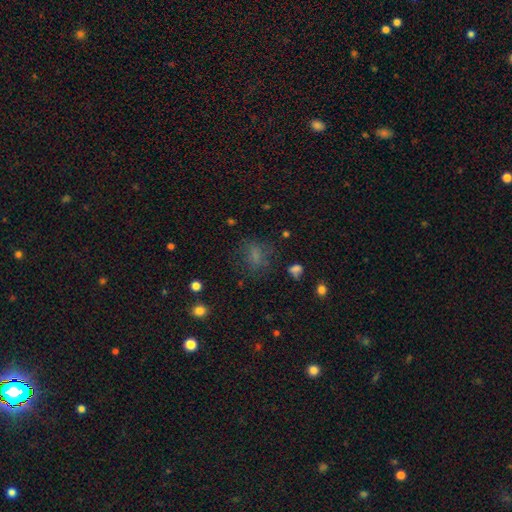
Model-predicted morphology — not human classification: Smooth or featured: smooth — 66% (star or artifact — 20%)
How rounded: in between — 53% (round — 44%)
Merging: none — 62% (minor disturbance — 18%)